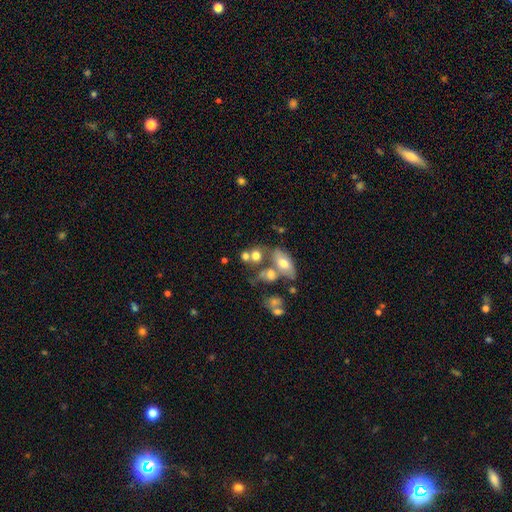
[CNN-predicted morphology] Smooth or featured? smooth (68%)
How rounded? in between (51%)
Merging? merger (43%)